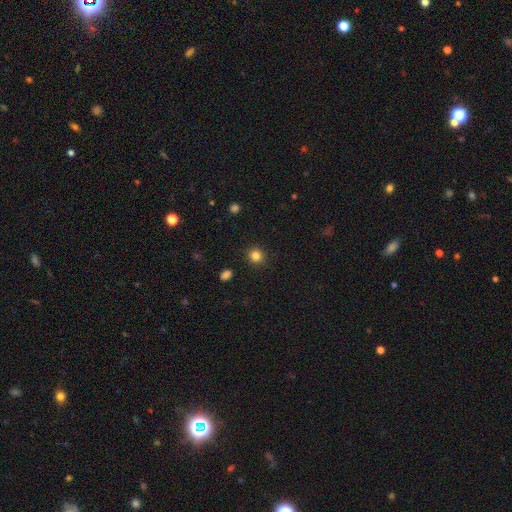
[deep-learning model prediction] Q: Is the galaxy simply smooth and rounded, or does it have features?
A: smooth — 84%.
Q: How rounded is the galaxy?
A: round — 91%.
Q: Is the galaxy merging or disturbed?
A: none — 91%.